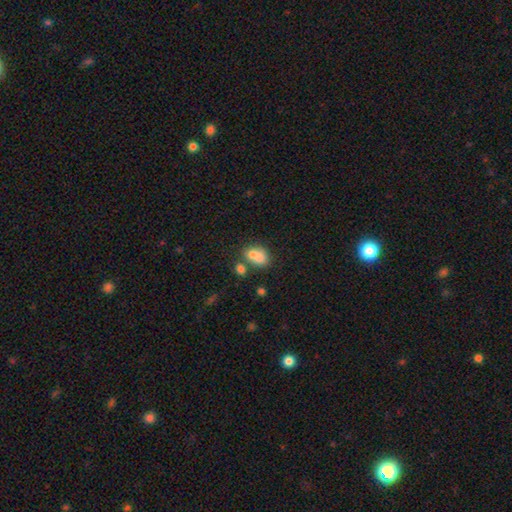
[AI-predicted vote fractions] smooth-or-featured: smooth: 71% | featured or disk: 18% | star or artifact: 11%
  how-rounded: in between: 54% | round: 45% | cigar-shaped: 1%
  merging: merger: 57% | none: 29% | minor disturbance: 10% | major disturbance: 5%